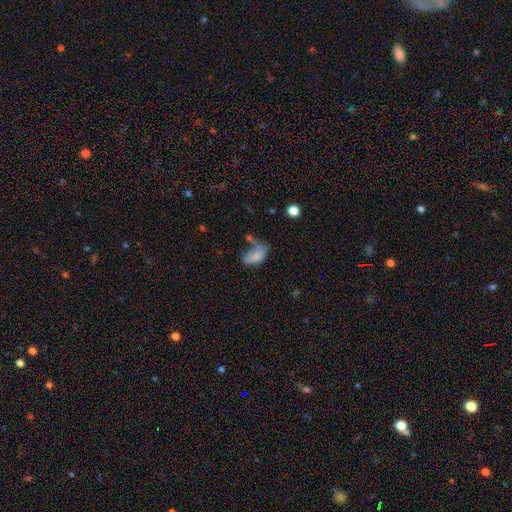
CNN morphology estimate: This is likely a smooth galaxy (71%). How rounded: clearly in between (90%). Merging: marginally none (30%).